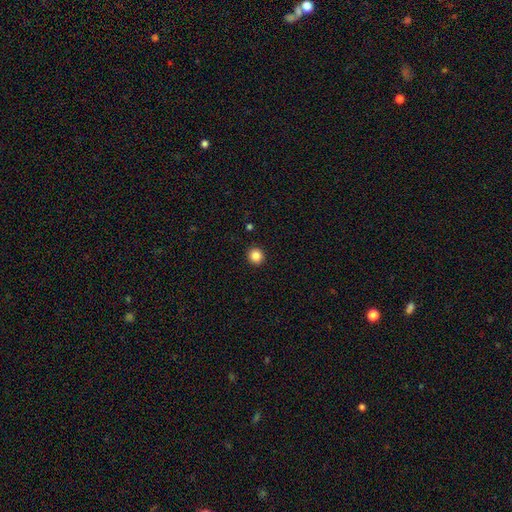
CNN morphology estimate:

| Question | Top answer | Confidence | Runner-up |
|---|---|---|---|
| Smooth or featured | smooth | 85% | star or artifact (11%) |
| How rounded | round | 93% | in between (6%) |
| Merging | none | 93% | minor disturbance (4%) |